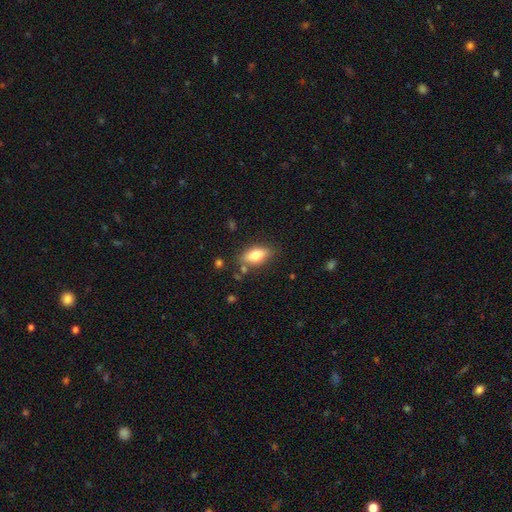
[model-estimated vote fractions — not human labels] Q: Smooth or featured?
A: smooth (73%); runner-up: featured or disk (20%)
Q: How rounded?
A: in between (84%); runner-up: cigar-shaped (12%)
Q: Merging?
A: none (77%); runner-up: minor disturbance (15%)